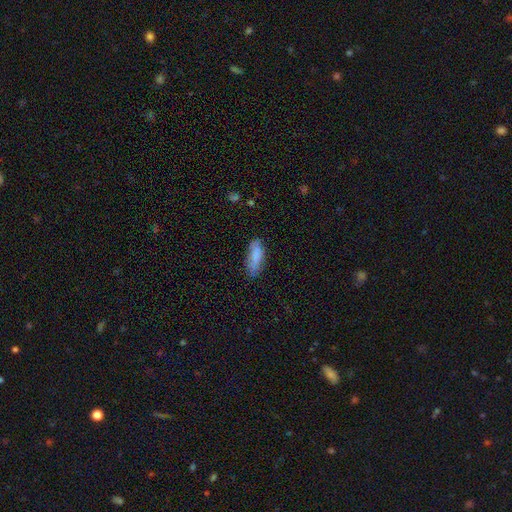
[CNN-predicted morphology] smooth_or_featured: smooth (p=0.83) [alt: featured or disk p=0.10]
how_rounded: in between (p=0.65) [alt: cigar-shaped p=0.33]
merging: none (p=0.69) [alt: minor disturbance p=0.23]